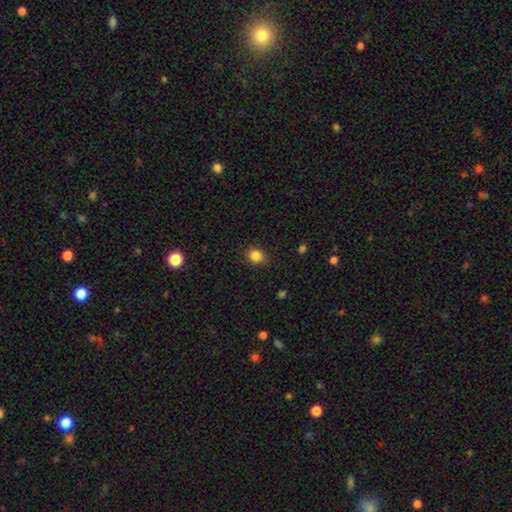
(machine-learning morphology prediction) Smooth or featured? Predicted: smooth (p=0.84). How rounded? Predicted: round (p=0.68). Merging? Predicted: none (p=0.87).